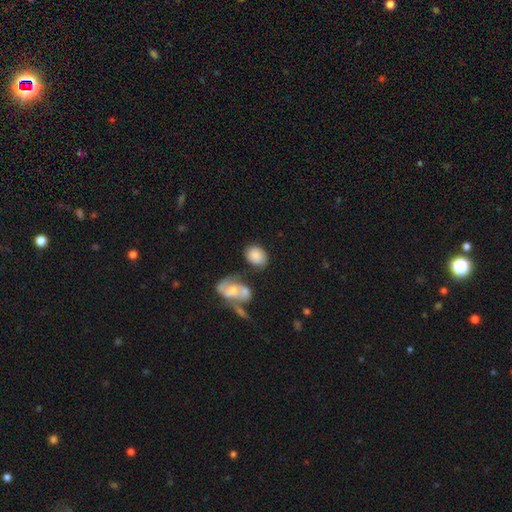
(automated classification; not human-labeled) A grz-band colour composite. It shows a smooth galaxy with no disk features (81%) that is in between round and cigar-shaped (55%). Merging: none (60%).